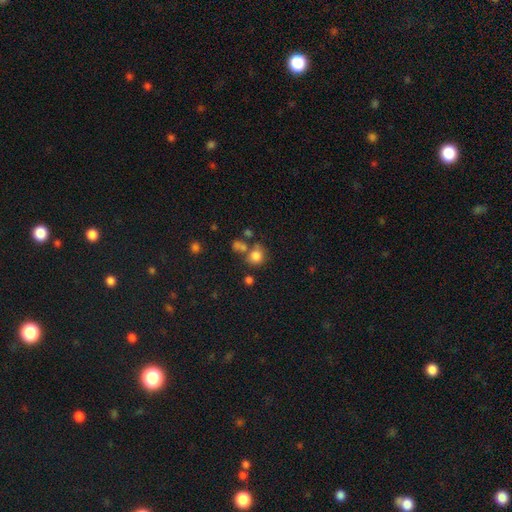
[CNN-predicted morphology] type=smooth (80%); roundness=round (81%); merging=none (58%).